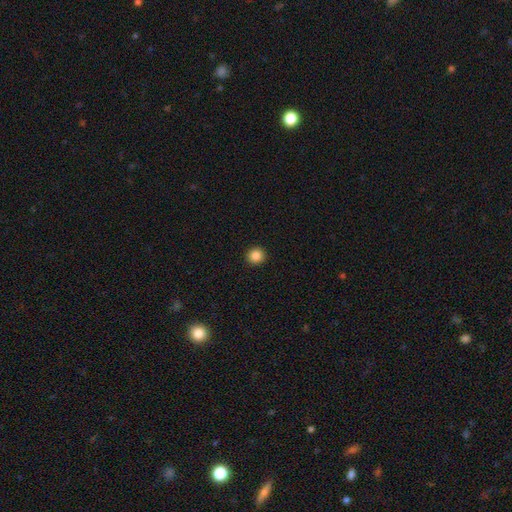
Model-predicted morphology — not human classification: Smooth or featured? Predicted: smooth (p=0.86). How rounded? Predicted: round (p=0.93). Merging? Predicted: none (p=0.94).